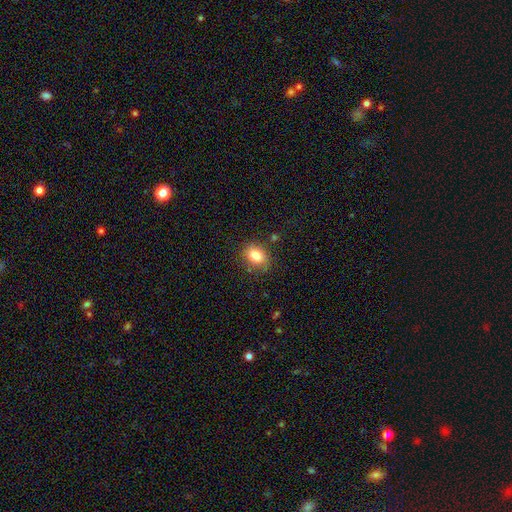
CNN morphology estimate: smooth_or_featured: smooth (p=0.84) [alt: star or artifact p=0.09]
how_rounded: in between (p=0.67) [alt: round p=0.32]
merging: none (p=0.78) [alt: minor disturbance p=0.15]